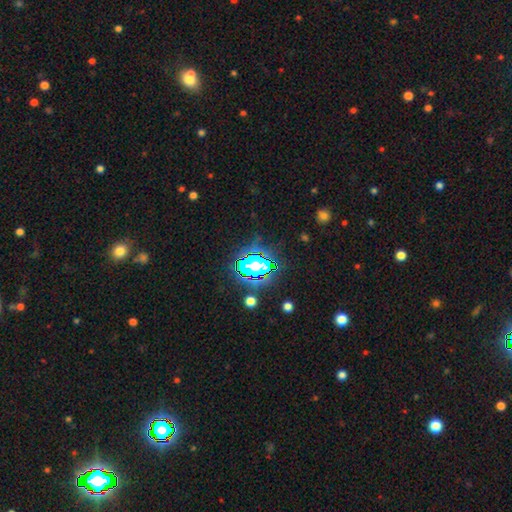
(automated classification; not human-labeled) A star or artifact, not a galaxy (81%).